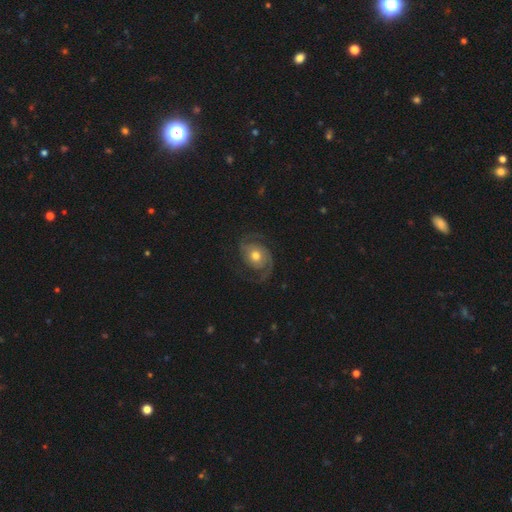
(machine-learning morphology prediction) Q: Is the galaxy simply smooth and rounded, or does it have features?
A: featured or disk — 85%.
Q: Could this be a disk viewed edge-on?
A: no — 98%.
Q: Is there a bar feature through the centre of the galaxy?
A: no — 74%.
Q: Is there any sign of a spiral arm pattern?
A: yes — 96%.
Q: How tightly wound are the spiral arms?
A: medium — 48%.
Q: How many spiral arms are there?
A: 2 — 90%.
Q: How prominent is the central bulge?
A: moderate — 72%.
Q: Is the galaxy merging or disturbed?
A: none — 74%.